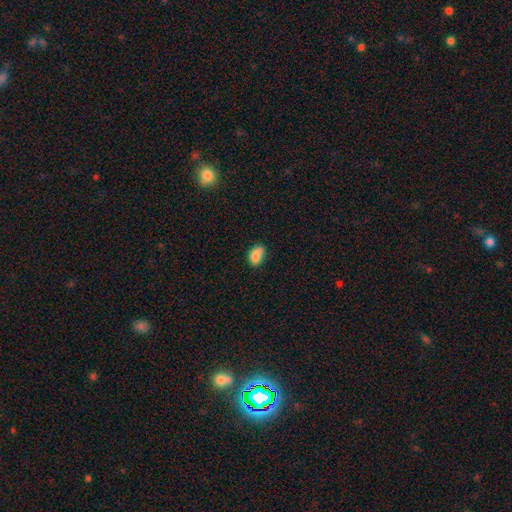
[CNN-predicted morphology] smooth-or-featured: smooth: 80% | featured or disk: 11% | star or artifact: 9%
  how-rounded: in between: 84% | round: 15% | cigar-shaped: 2%
  merging: none: 51% | minor disturbance: 32% | major disturbance: 10% | merger: 8%